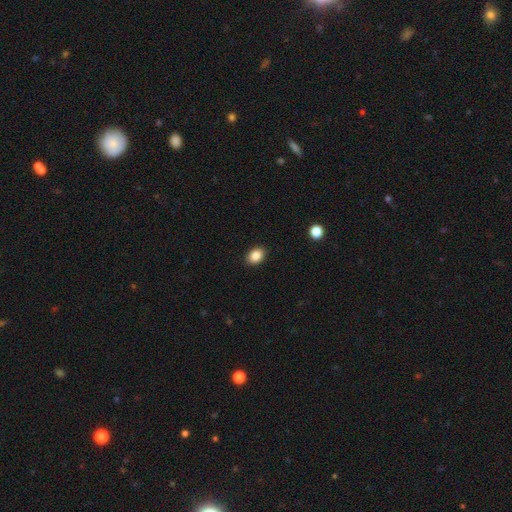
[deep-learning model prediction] This appears to be a smooth galaxy with no disk features (87%) that is in between round and cigar-shaped (70%). Merging: none (90%).